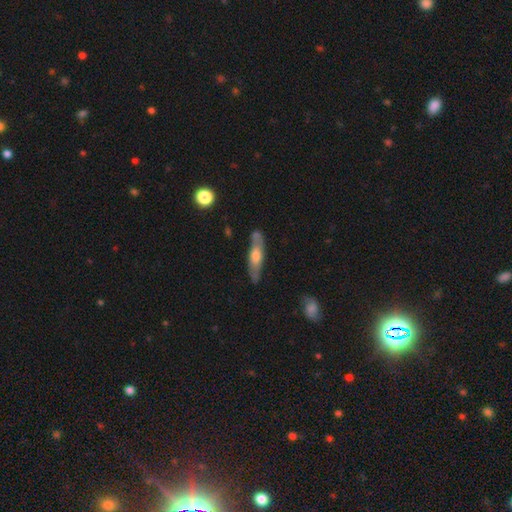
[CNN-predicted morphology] A featured or disk galaxy (52%) viewed edge-on (69%). Merging: none (79%).